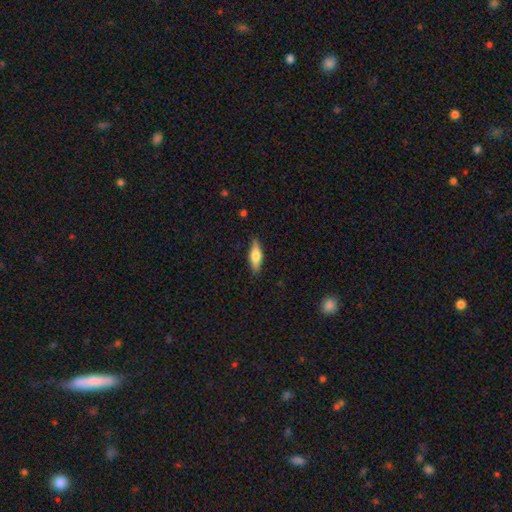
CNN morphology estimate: smooth_or_featured: smooth (p=0.54) [alt: featured or disk p=0.40]
how_rounded: cigar-shaped (p=0.49) [alt: in between p=0.48]
merging: none (p=0.86) [alt: minor disturbance p=0.11]